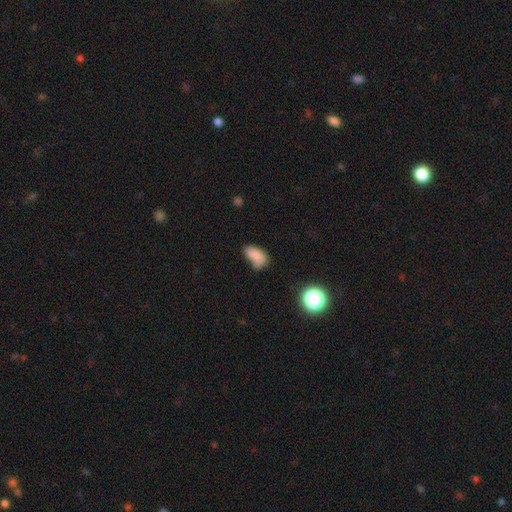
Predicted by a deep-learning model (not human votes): Smooth or featured: smooth — 81% (star or artifact — 11%)
How rounded: in between — 91% (round — 6%)
Merging: none — 43% (minor disturbance — 35%)